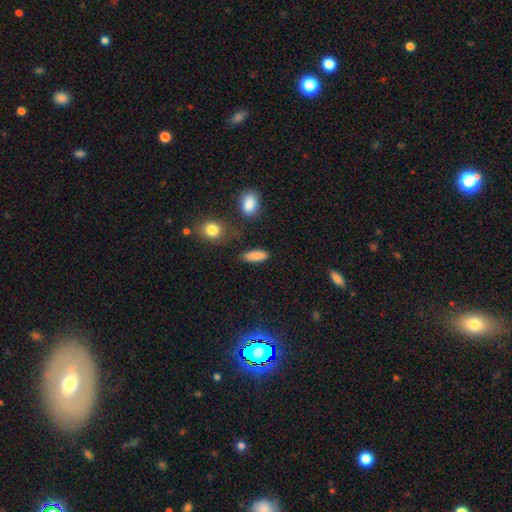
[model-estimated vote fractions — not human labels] This is clearly a smooth galaxy (86%). How rounded: likely in between (67%). Merging: clearly none (81%).